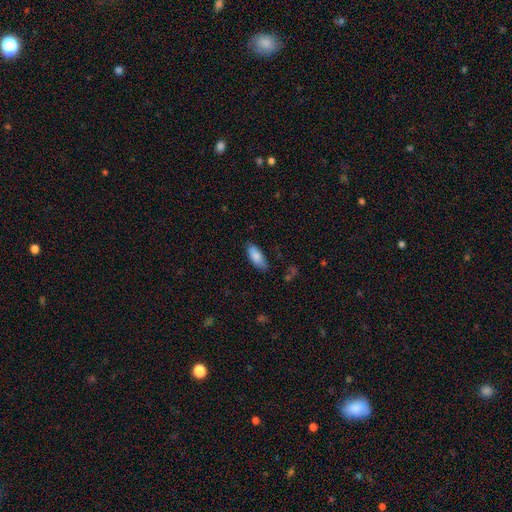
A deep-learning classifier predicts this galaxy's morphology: smooth 85%, featured or disk 9%, star or artifact 6%. Down the decision tree: how rounded — in between (80%); merging — none (77%).